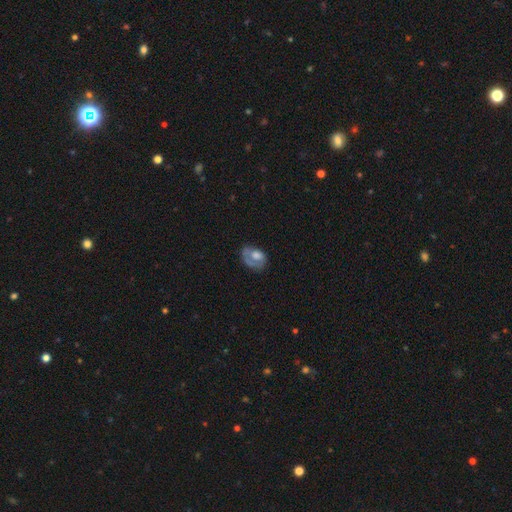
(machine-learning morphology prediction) A featured or disk galaxy (49%). Merging: none (42%).